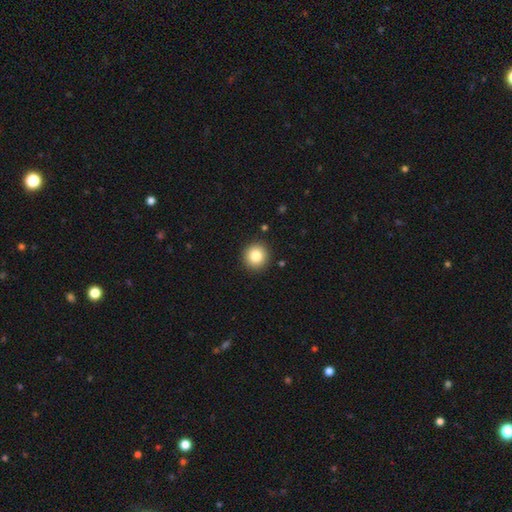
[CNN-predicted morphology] This appears to be a smooth galaxy with no disk features (85%) that is round (93%). Merging: none (91%).